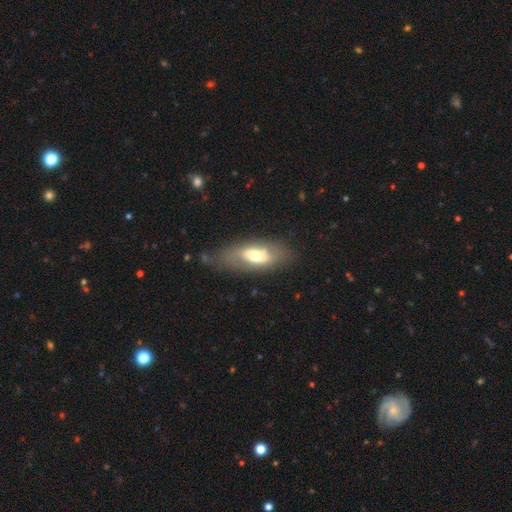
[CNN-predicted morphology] Smooth or featured?
  - smooth: 49% *
  - featured or disk: 43%
  - star or artifact: 7%
Merging?
  - none: 64% *
  - minor disturbance: 21%
  - major disturbance: 10%
  - merger: 4%